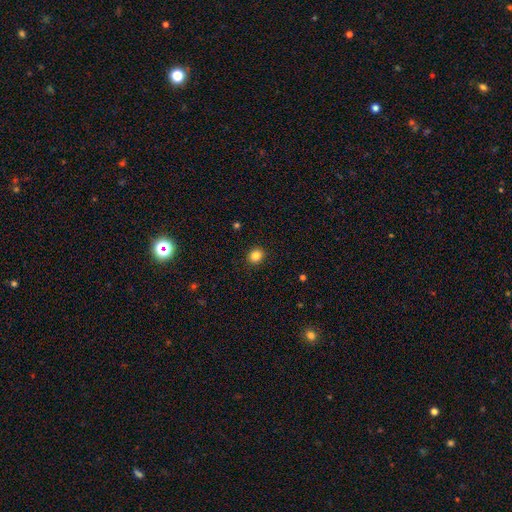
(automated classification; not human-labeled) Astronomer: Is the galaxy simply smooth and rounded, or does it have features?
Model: smooth — 84%.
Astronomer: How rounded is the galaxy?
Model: round — 80%.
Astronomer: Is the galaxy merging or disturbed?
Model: none — 92%.